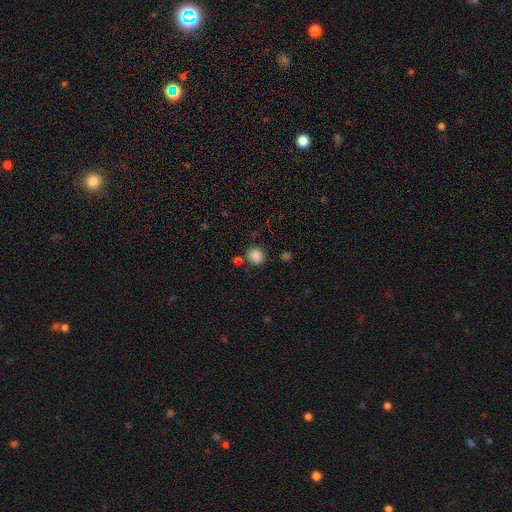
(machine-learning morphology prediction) Smooth or featured? smooth (86%)
How rounded? round (78%)
Merging? none (78%)